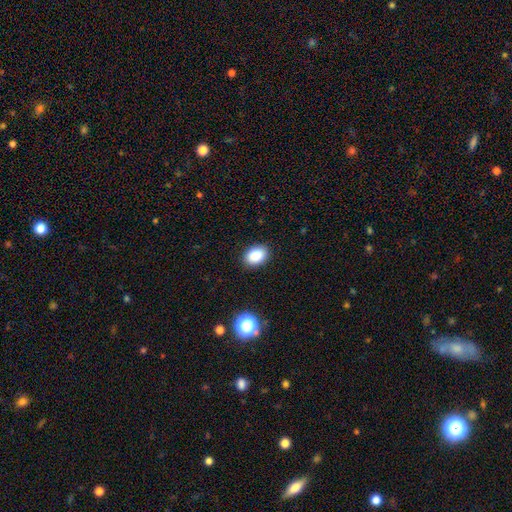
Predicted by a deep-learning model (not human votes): The model was most divided on "how rounded": in between: 77%, round: 22%, cigar-shaped: 1%. More confident: merging — none (89%); smooth or featured — smooth (88%).